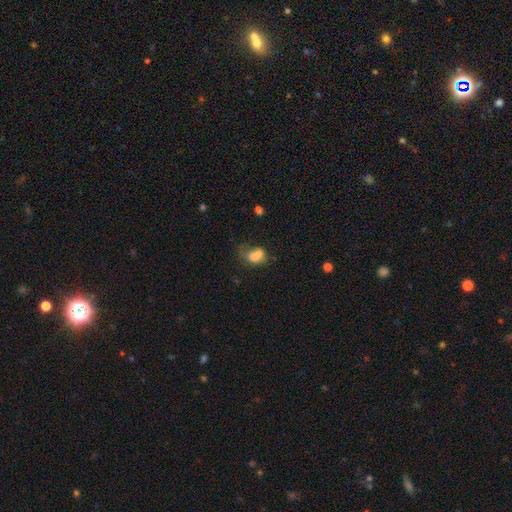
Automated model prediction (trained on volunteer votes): This is likely a smooth galaxy (67%). How rounded: possibly in between (55%). Merging: possibly merger (54%).